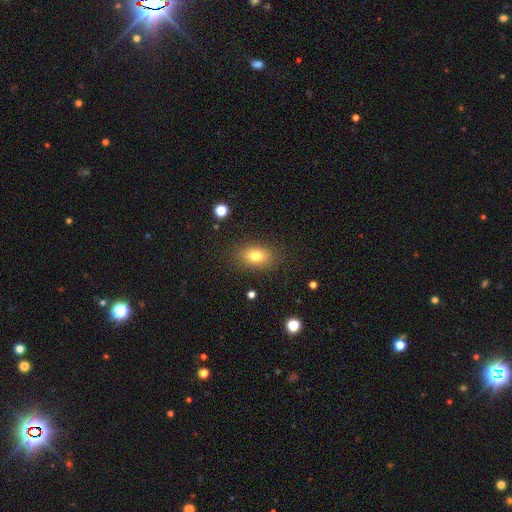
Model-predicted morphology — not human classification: A smooth galaxy with no disk features (78%) that is in between round and cigar-shaped (79%). Merging: none (85%).